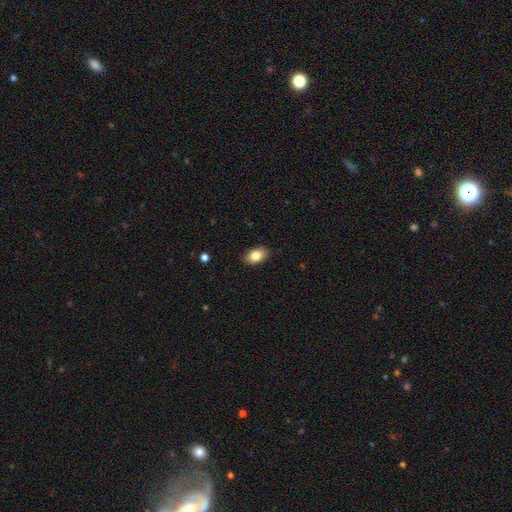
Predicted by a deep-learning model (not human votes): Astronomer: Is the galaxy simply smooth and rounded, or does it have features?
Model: smooth — 83%.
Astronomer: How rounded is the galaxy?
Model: in between — 89%.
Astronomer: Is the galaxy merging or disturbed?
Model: none — 87%.